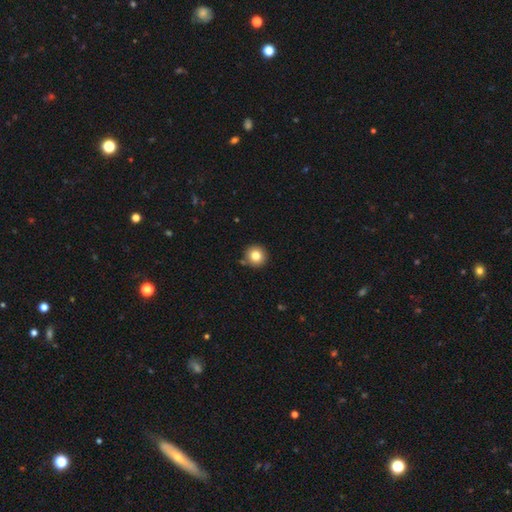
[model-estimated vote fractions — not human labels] Q: Smooth or featured?
A: smooth (81%); runner-up: star or artifact (11%)
Q: How rounded?
A: round (95%); runner-up: in between (4%)
Q: Merging?
A: none (86%); runner-up: minor disturbance (8%)